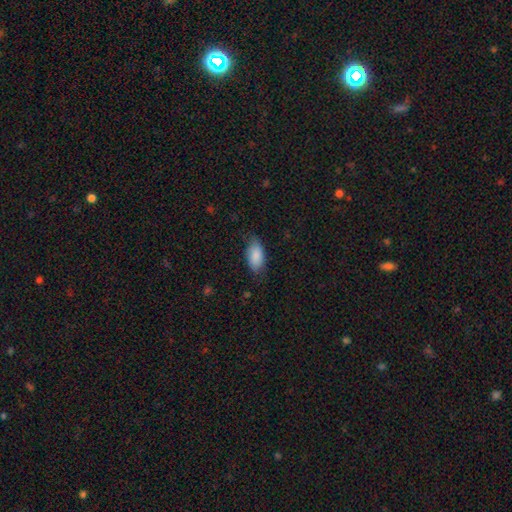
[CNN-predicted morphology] Smooth or featured? Predicted: smooth (p=0.86). How rounded? Predicted: in between (p=0.93). Merging? Predicted: none (p=0.72).